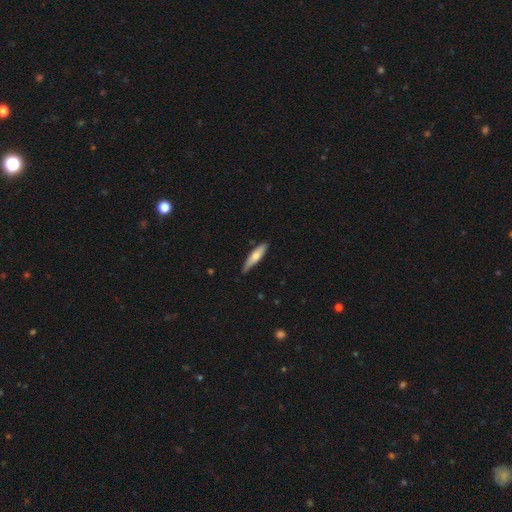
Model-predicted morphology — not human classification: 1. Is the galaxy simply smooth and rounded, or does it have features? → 66% smooth, 29% featured or disk, 5% star or artifact.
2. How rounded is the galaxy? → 79% cigar-shaped, 20% in between, 2% round.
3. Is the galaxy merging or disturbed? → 71% none, 24% minor disturbance, 3% major disturbance, 2% merger.